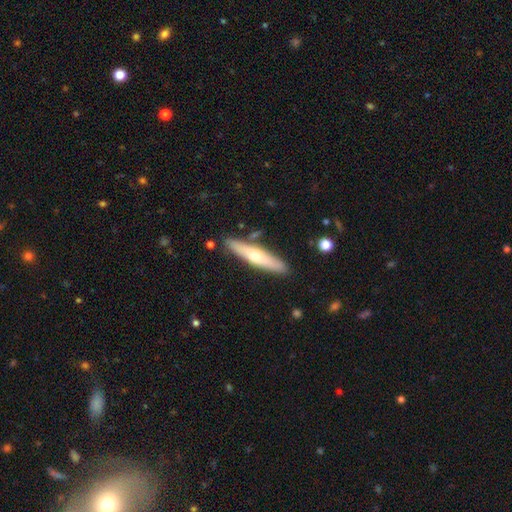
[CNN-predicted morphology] This is possibly a smooth galaxy (50%). How rounded: clearly cigar-shaped (85%). Merging: clearly none (87%).